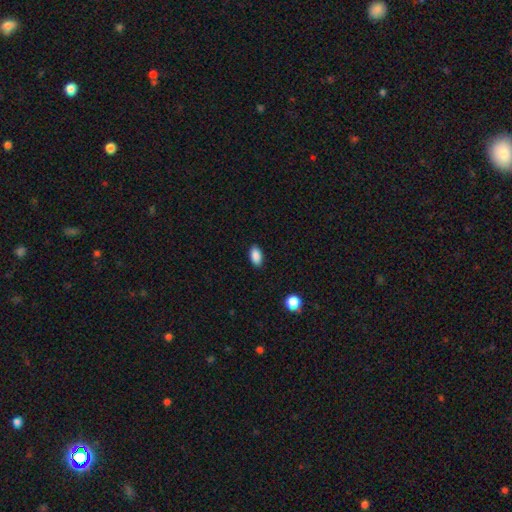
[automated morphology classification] Smooth or featured? smooth (88%)
How rounded? in between (92%)
Merging? none (88%)